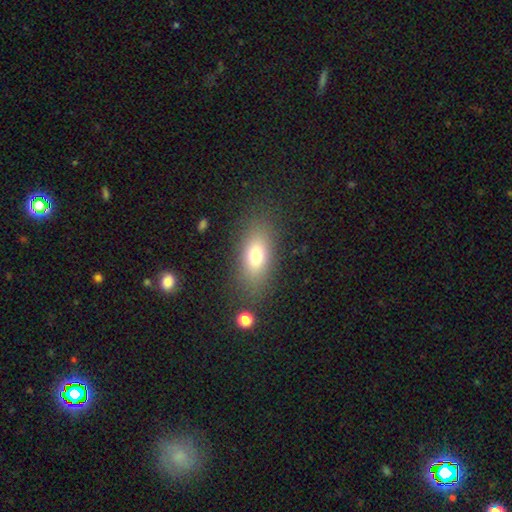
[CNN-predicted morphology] type=smooth (73%); roundness=in between (81%); merging=none (82%).